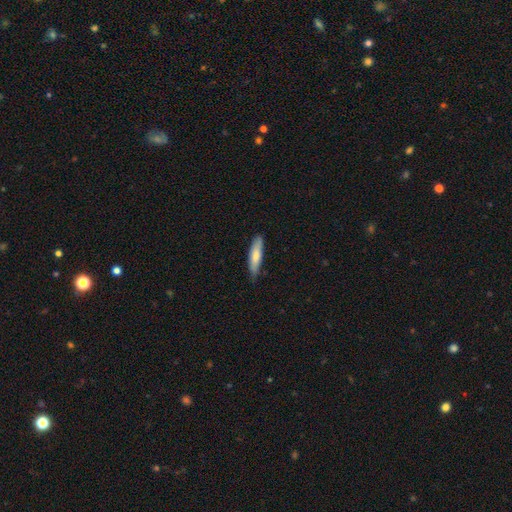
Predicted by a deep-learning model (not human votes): Smooth or featured? smooth (76%)
How rounded? cigar-shaped (74%)
Merging? none (80%)